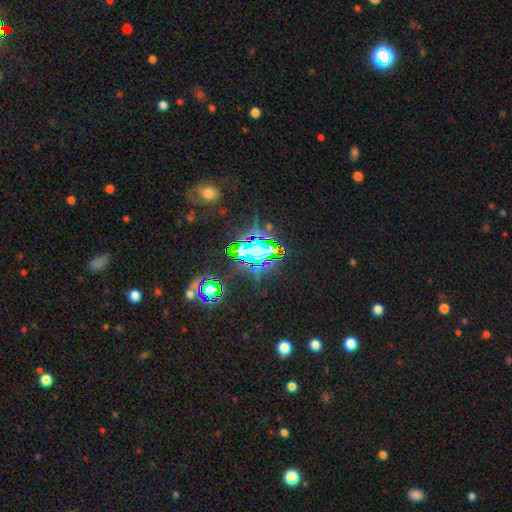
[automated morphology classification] Smooth or featured? Predicted: star or artifact (p=0.80).